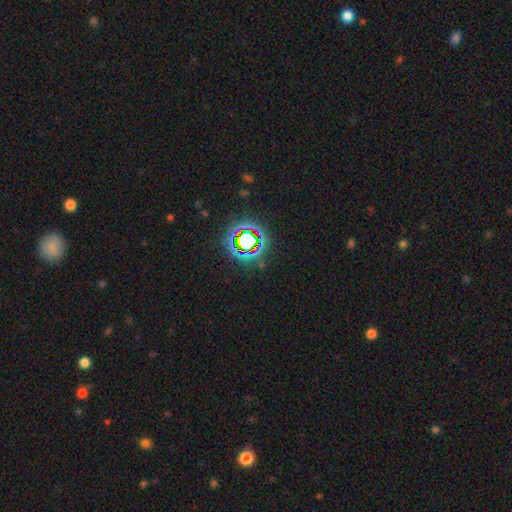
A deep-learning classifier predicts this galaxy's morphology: Smooth or featured: star or artifact — 80% (smooth — 12%)